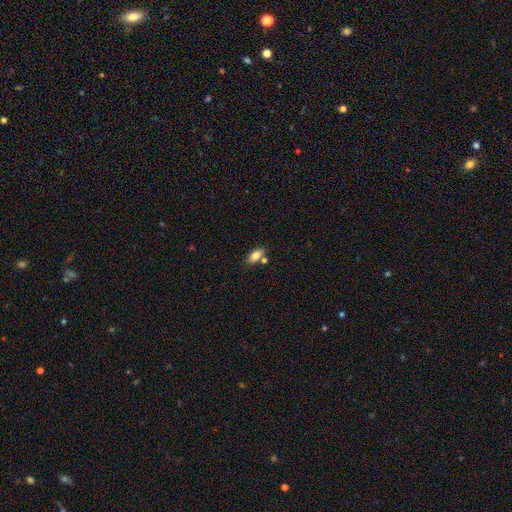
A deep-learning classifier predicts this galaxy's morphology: type=smooth (79%); roundness=in between (88%); merging=none (70%).